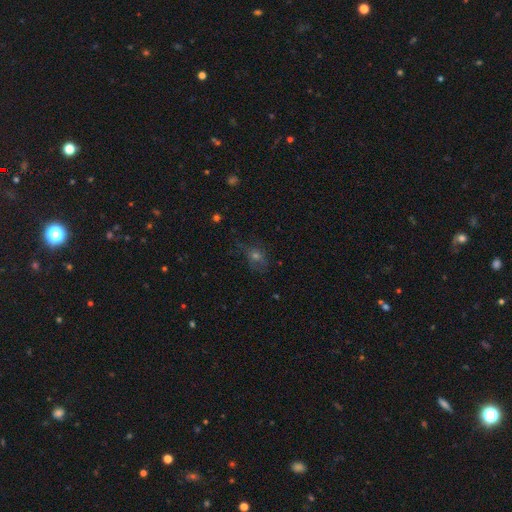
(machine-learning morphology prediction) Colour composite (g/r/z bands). It shows a smooth galaxy with no disk features (44%). Merging: none (57%).